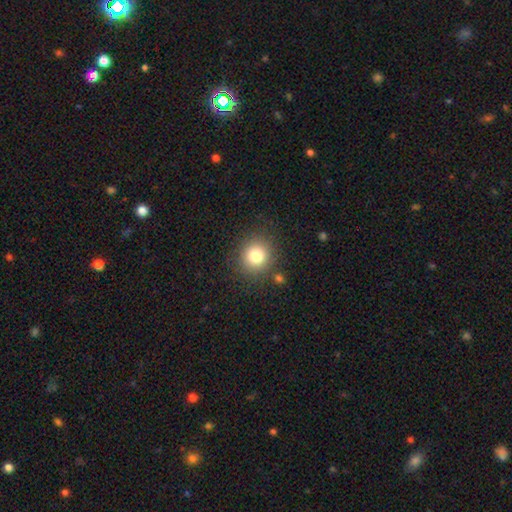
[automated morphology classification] Smooth or featured? smooth (80%)
How rounded? round (89%)
Merging? none (85%)